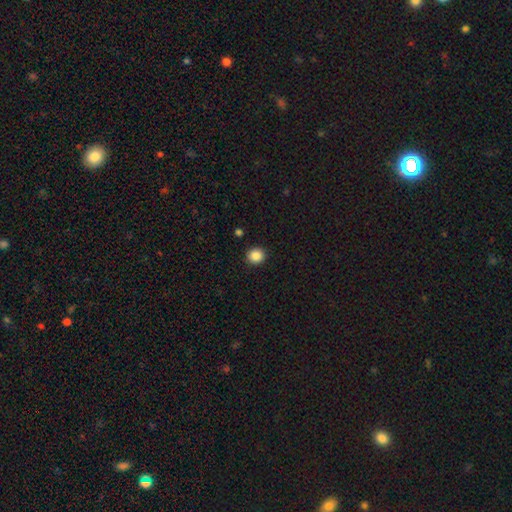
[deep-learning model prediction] A smooth galaxy with no disk features (87%) that is round (86%).

Vote fractions:
- Smooth or featured? smooth: 87% / star or artifact: 10% / featured or disk: 3%
- How rounded? round: 86% / in between: 13% / cigar-shaped: 1%
- Merging? none: 91% / minor disturbance: 6% / major disturbance: 2% / merger: 1%